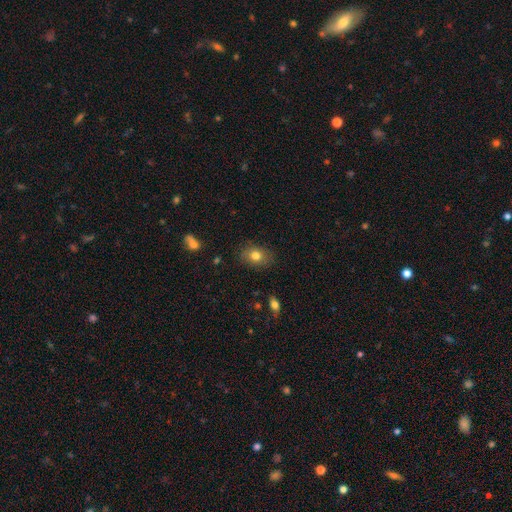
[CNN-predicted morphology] Smooth or featured?
  - smooth: 78% *
  - featured or disk: 11%
  - star or artifact: 10%
How rounded?
  - in between: 65% *
  - round: 34%
  - cigar-shaped: 1%
Merging?
  - none: 82% *
  - minor disturbance: 13%
  - major disturbance: 3%
  - merger: 1%